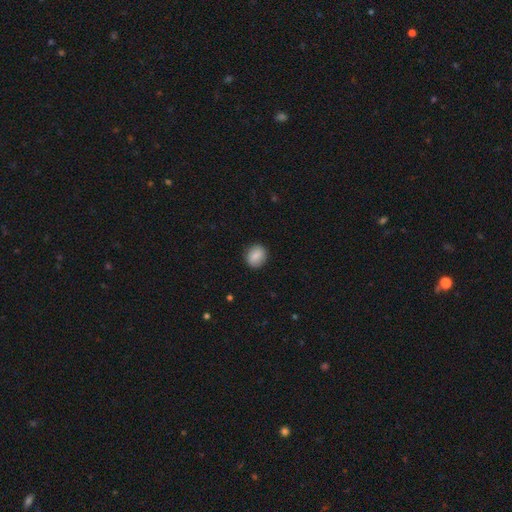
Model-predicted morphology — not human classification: Q: Smooth or featured?
A: smooth (84%); runner-up: featured or disk (9%)
Q: How rounded?
A: round (67%); runner-up: in between (32%)
Q: Merging?
A: none (89%); runner-up: minor disturbance (8%)